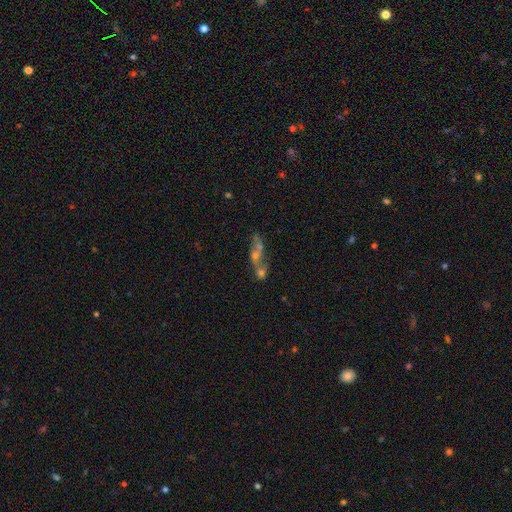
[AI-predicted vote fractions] Smooth or featured? featured or disk (48%)
Merging? merger (50%)